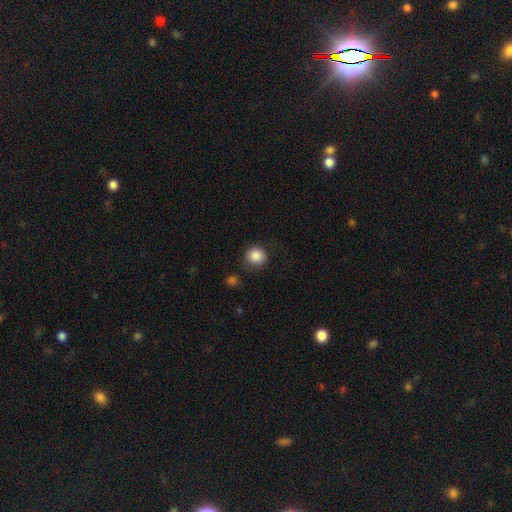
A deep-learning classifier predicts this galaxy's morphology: Smooth or featured? Predicted: smooth (p=0.87). How rounded? Predicted: round (p=0.90). Merging? Predicted: none (p=0.85).